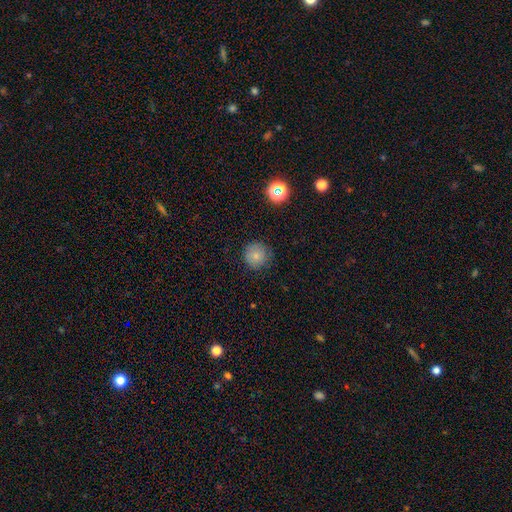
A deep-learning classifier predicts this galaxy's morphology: A smooth galaxy with no disk features (77%) that is round (95%).

Vote fractions:
- Smooth or featured? smooth: 77% / star or artifact: 14% / featured or disk: 9%
- How rounded? round: 95% / in between: 4% / cigar-shaped: 1%
- Merging? none: 84% / minor disturbance: 11% / major disturbance: 3% / merger: 1%